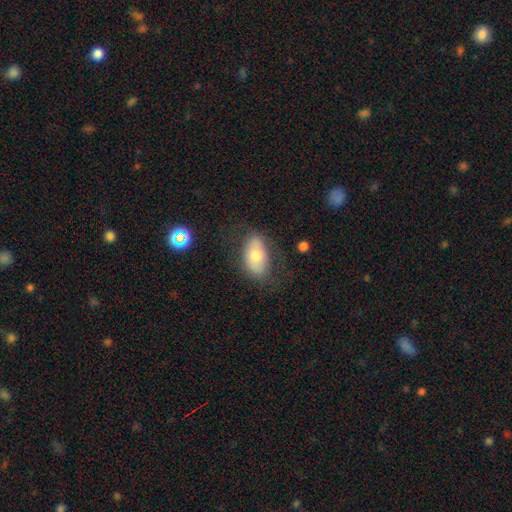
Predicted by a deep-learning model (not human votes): The model was most divided on "smooth or featured": smooth: 66%, featured or disk: 26%, star or artifact: 8%. More confident: how rounded — in between (91%); merging — none (71%).